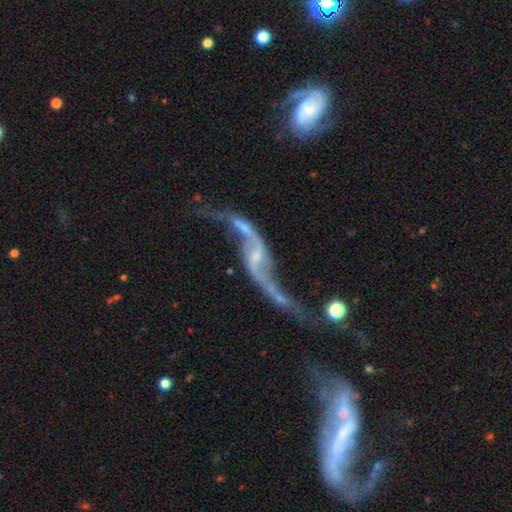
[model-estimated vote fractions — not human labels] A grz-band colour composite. It shows a featured or disk galaxy (89%) with a weak bar (43%), 2 (93%) loose (94%) spiral arms (93%) and a small central bulge (57%). Merging: none (41%).